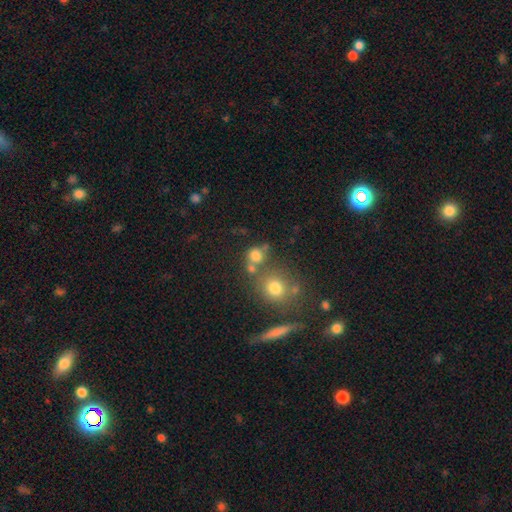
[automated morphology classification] smooth-or-featured: smooth: 74% | star or artifact: 16% | featured or disk: 10%
  how-rounded: round: 81% | in between: 17% | cigar-shaped: 1%
  merging: none: 56% | merger: 27% | minor disturbance: 11% | major disturbance: 7%